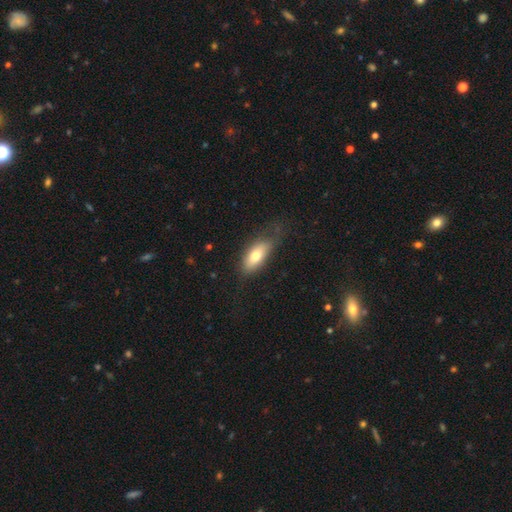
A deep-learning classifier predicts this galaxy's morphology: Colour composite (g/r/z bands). It shows a smooth galaxy with no disk features (74%) that is in between round and cigar-shaped (83%). Merging: none (61%).